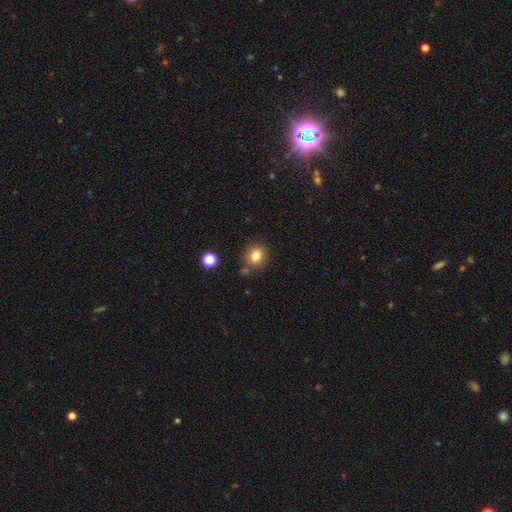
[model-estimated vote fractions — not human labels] Smooth or featured?
  - smooth: 81% *
  - star or artifact: 11%
  - featured or disk: 7%
How rounded?
  - round: 81% *
  - in between: 18%
  - cigar-shaped: 1%
Merging?
  - none: 80% *
  - minor disturbance: 10%
  - merger: 7%
  - major disturbance: 3%